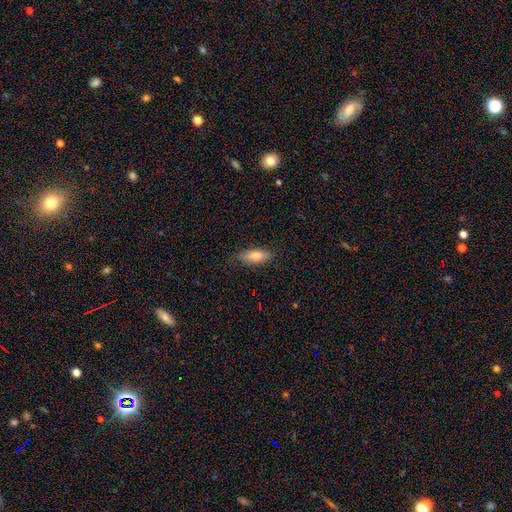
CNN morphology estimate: smooth-or-featured: smooth: 72% | featured or disk: 21% | star or artifact: 7%
  how-rounded: in between: 66% | cigar-shaped: 32% | round: 3%
  merging: none: 85% | minor disturbance: 12% | major disturbance: 2% | merger: 1%